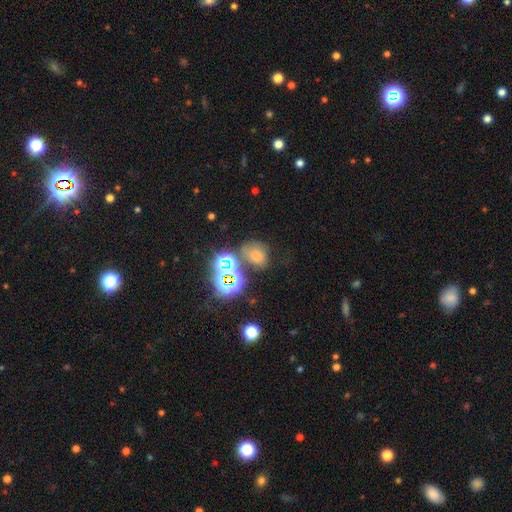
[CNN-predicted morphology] This is possibly a smooth galaxy (55%). How rounded: possibly round (49%, tied with in between). Merging: possibly none (49%).